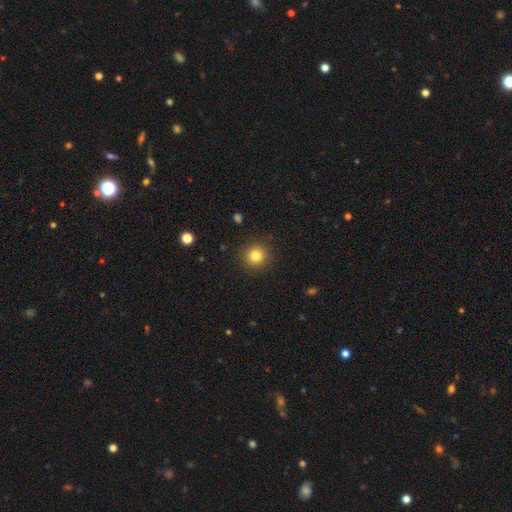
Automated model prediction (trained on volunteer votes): Smooth or featured? smooth (82%)
How rounded? round (93%)
Merging? none (90%)